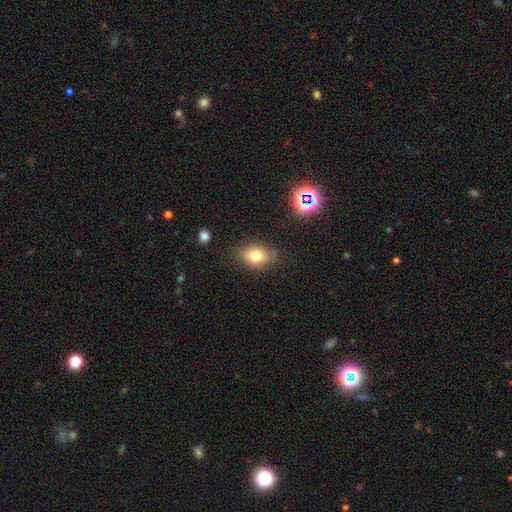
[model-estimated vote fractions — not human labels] Q: Smooth or featured?
A: smooth (76%); runner-up: star or artifact (12%)
Q: How rounded?
A: in between (70%); runner-up: round (29%)
Q: Merging?
A: none (73%); runner-up: minor disturbance (19%)